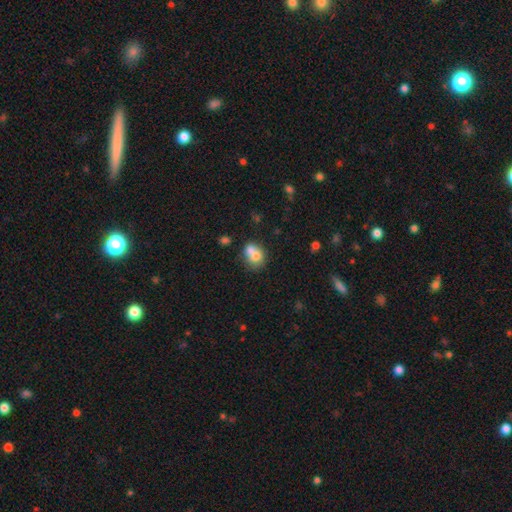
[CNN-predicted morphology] Overall: smooth (69%). How rounded: round (55%; in between 44%). Merging: merger (64%; none 25%).